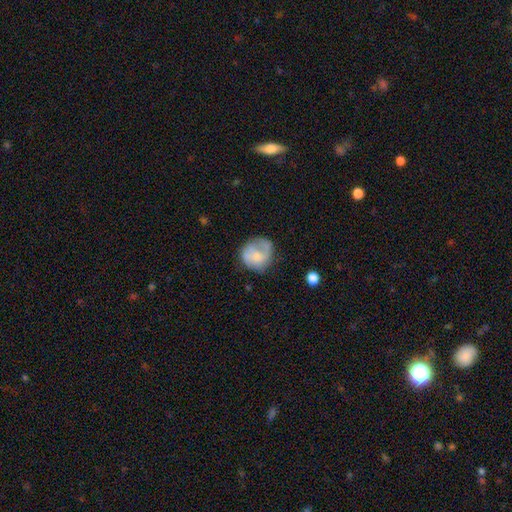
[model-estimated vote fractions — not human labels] A smooth galaxy with no disk features (52%) that is round (80%). Merging: none (58%).